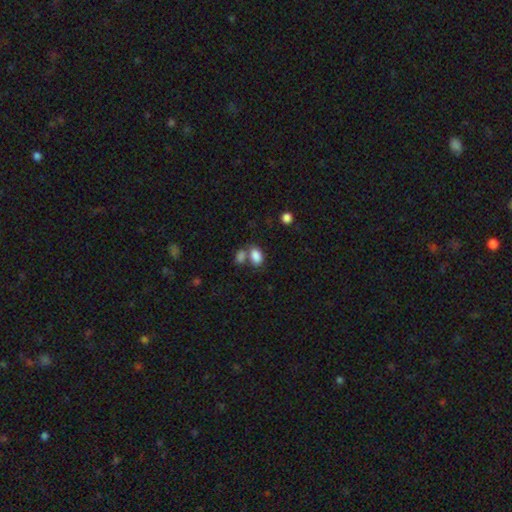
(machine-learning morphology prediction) smooth_or_featured: smooth (p=0.84) [alt: star or artifact p=0.09]
how_rounded: in between (p=0.87) [alt: round p=0.11]
merging: merger (p=0.42) [alt: none p=0.41]